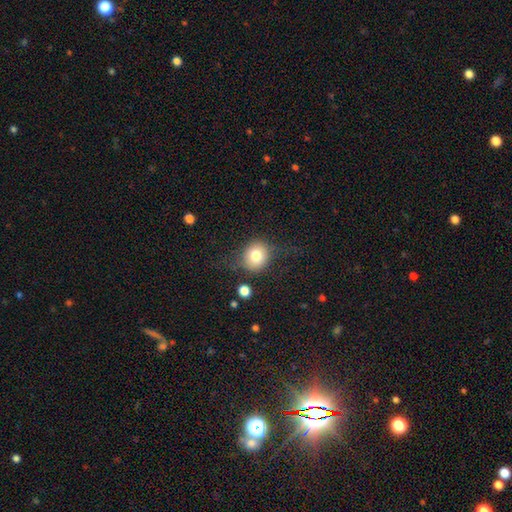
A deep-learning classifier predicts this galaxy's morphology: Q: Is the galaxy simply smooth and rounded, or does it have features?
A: smooth — 76%.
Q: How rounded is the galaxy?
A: round — 80%.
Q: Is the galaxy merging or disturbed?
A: none — 68%.